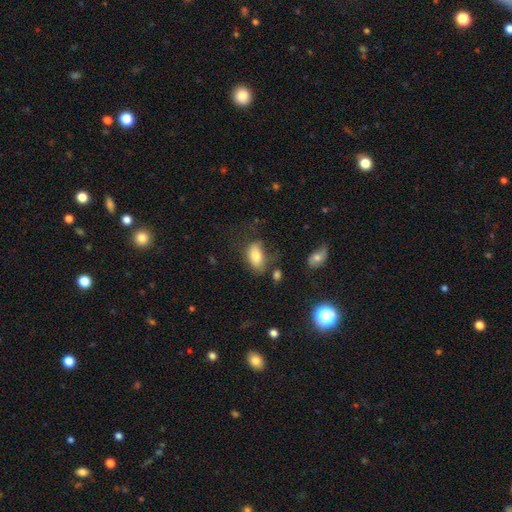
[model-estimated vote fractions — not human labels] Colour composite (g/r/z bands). It shows a smooth galaxy with no disk features (78%) that is in between round and cigar-shaped (92%). Merging: none (48%).